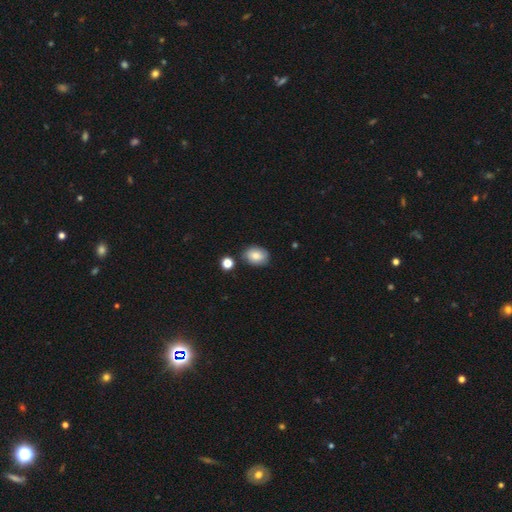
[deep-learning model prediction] Morphology: type=smooth (79%); roundness=in between (63%); merging=none (77%).